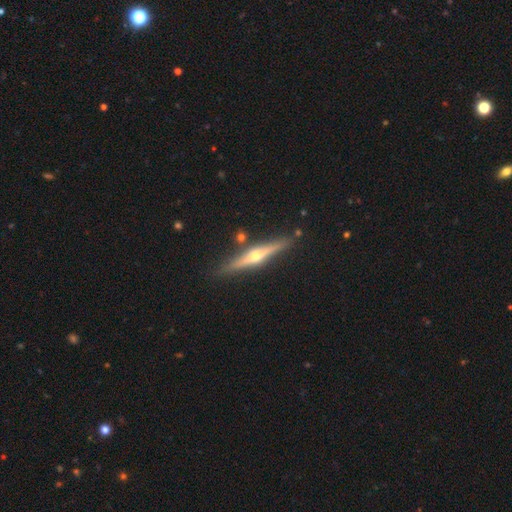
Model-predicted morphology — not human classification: Smooth or featured: featured or disk — 76% (smooth — 19%)
Edge-on disk: yes — 97% (no — 3%)
Edge-on bulge: rounded — 93% (none — 4%)
Merging: none — 87% (minor disturbance — 8%)